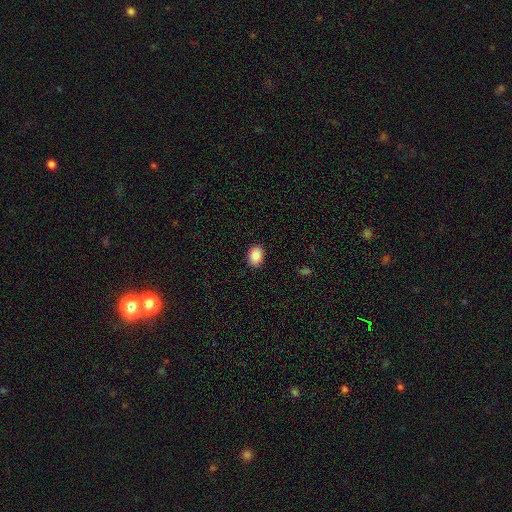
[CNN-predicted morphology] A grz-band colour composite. It shows a smooth galaxy with no disk features (89%) that is in between round and cigar-shaped (76%). Merging: none (89%).